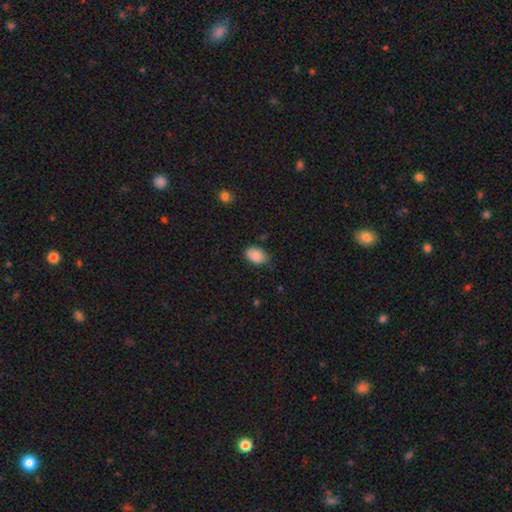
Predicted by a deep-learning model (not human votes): Q: Smooth or featured?
A: smooth (87%); runner-up: star or artifact (7%)
Q: How rounded?
A: in between (88%); runner-up: round (11%)
Q: Merging?
A: none (72%); runner-up: minor disturbance (24%)